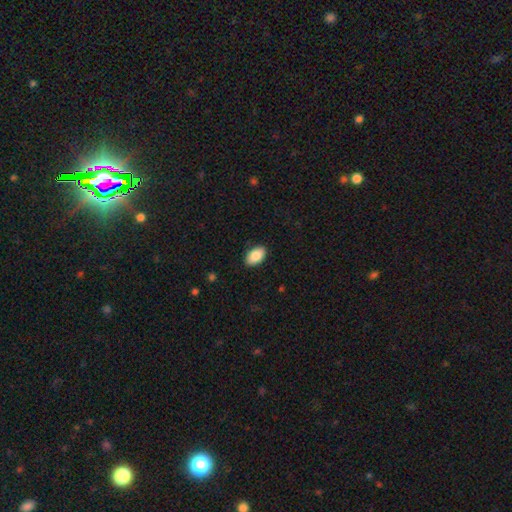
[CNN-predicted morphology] Smooth or featured? Predicted: smooth (p=0.87). How rounded? Predicted: in between (p=0.94). Merging? Predicted: none (p=0.89).